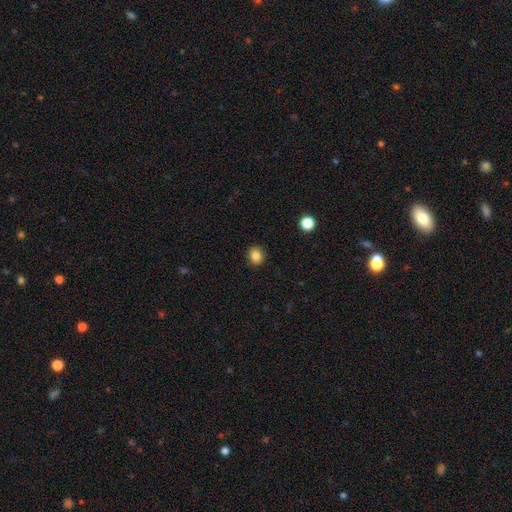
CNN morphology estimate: The model was most divided on "how rounded": round: 69%, in between: 31%, cigar-shaped: 1%. More confident: merging — none (90%); smooth or featured — smooth (85%).